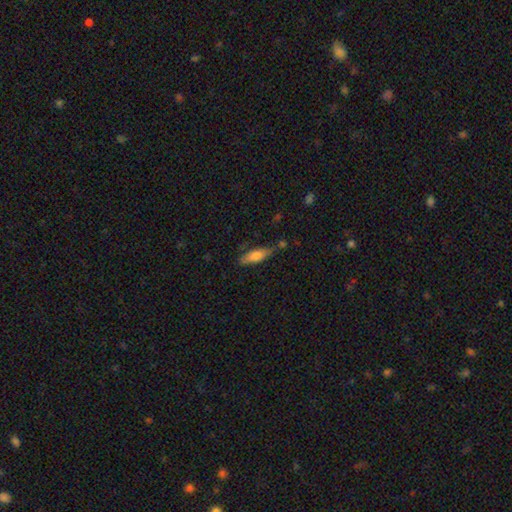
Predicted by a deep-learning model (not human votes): This is likely a smooth galaxy (70%). How rounded: possibly in between (51%). Merging: likely none (66%).